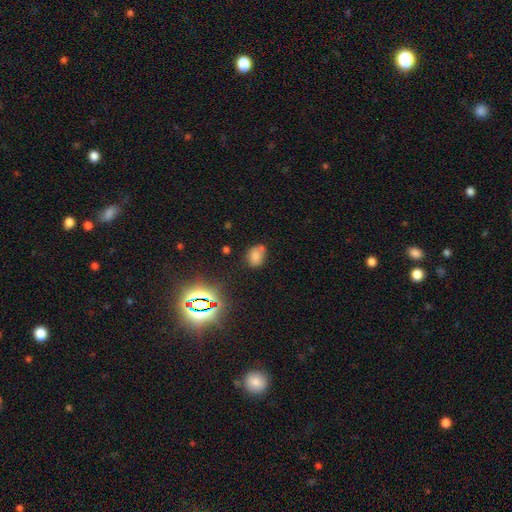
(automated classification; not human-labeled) Overall: smooth (69%). How rounded: in between (60%; round 38%). Merging: none (59%; minor disturbance 21%).